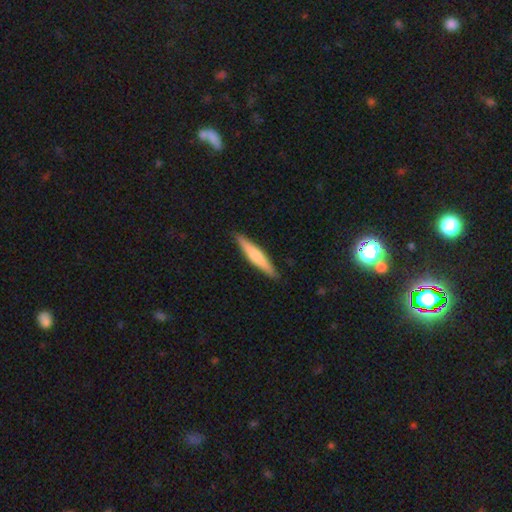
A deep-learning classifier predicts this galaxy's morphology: Smooth or featured?
  - smooth: 59% *
  - featured or disk: 36%
  - star or artifact: 5%
How rounded?
  - cigar-shaped: 92% *
  - in between: 7%
  - round: 1%
Merging?
  - none: 90% *
  - minor disturbance: 8%
  - major disturbance: 1%
  - merger: 1%